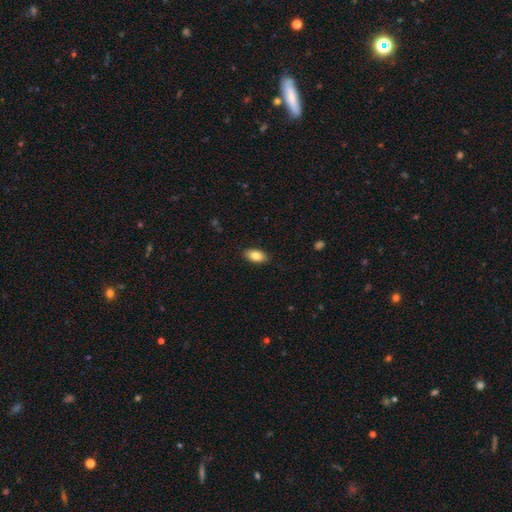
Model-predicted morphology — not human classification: This is clearly a smooth galaxy (85%). How rounded: clearly in between (93%). Merging: clearly none (89%).